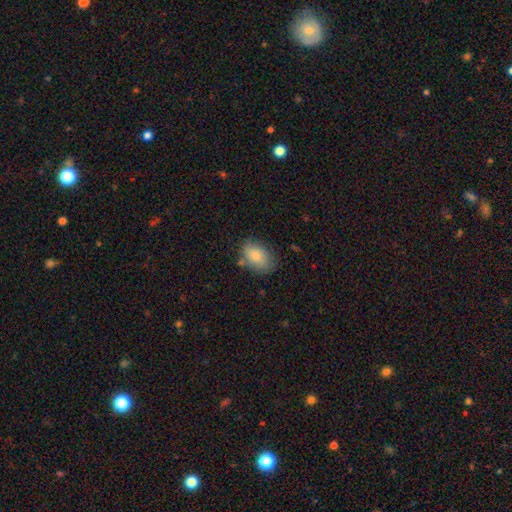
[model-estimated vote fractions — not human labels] Smooth or featured? Predicted: smooth (p=0.79). How rounded? Predicted: in between (p=0.84). Merging? Predicted: none (p=0.68).